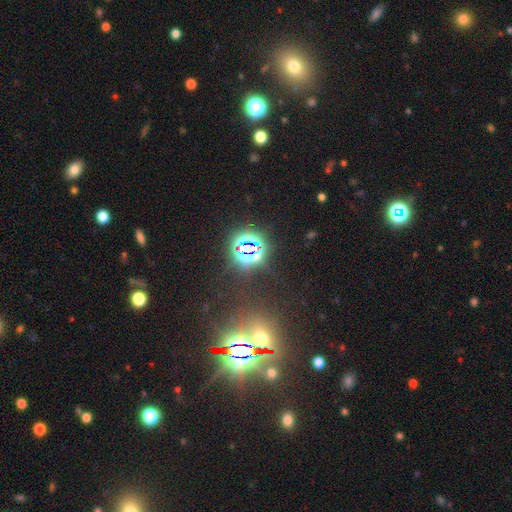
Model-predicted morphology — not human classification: Smooth or featured? star or artifact (79%)